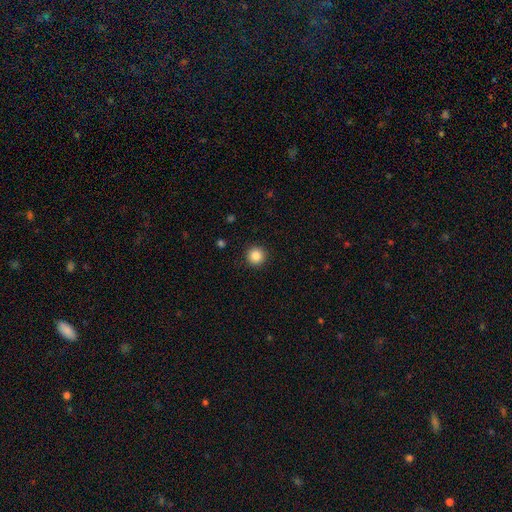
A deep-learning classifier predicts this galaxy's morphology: Q: Smooth or featured?
A: smooth (86%); runner-up: star or artifact (10%)
Q: How rounded?
A: round (96%); runner-up: in between (3%)
Q: Merging?
A: none (92%); runner-up: minor disturbance (5%)